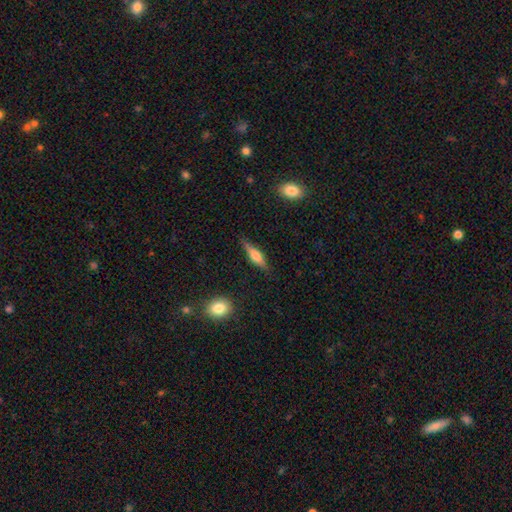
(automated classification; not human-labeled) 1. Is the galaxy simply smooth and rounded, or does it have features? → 49% featured or disk, 44% smooth, 7% star or artifact.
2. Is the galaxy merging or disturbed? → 84% none, 12% minor disturbance, 3% major disturbance, 2% merger.